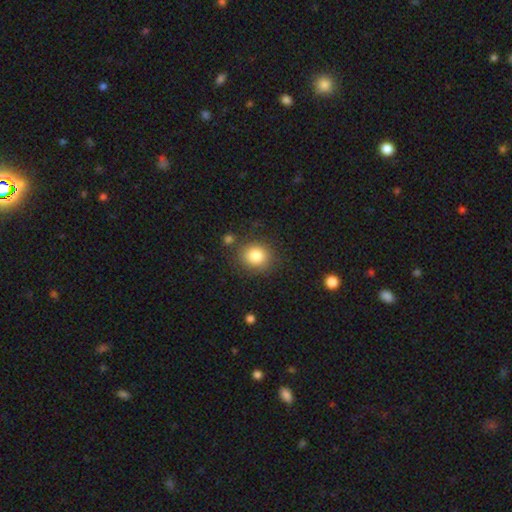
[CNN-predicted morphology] Smooth or featured: smooth — 84% (star or artifact — 10%)
How rounded: round — 79% (in between — 20%)
Merging: none — 83% (minor disturbance — 10%)